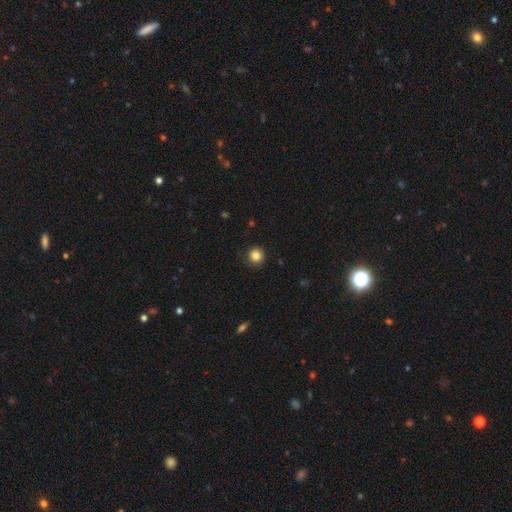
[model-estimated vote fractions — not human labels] A smooth galaxy with no disk features (85%) that is round (94%).

Vote fractions:
- Smooth or featured? smooth: 85% / star or artifact: 11% / featured or disk: 4%
- How rounded? round: 94% / in between: 5% / cigar-shaped: 1%
- Merging? none: 90% / minor disturbance: 7% / major disturbance: 2% / merger: 1%